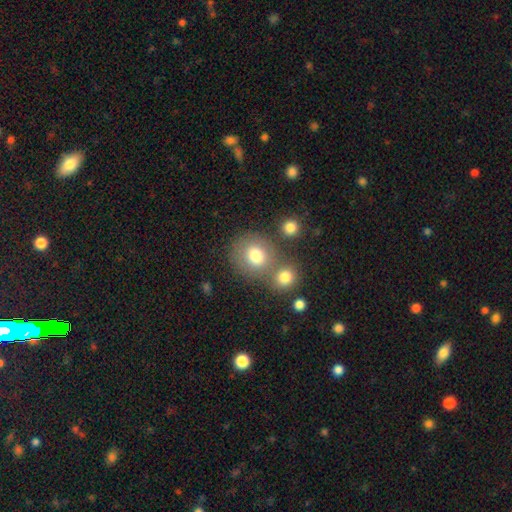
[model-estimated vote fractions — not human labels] Morphology: type=smooth (77%); roundness=round (81%); merging=none (54%).